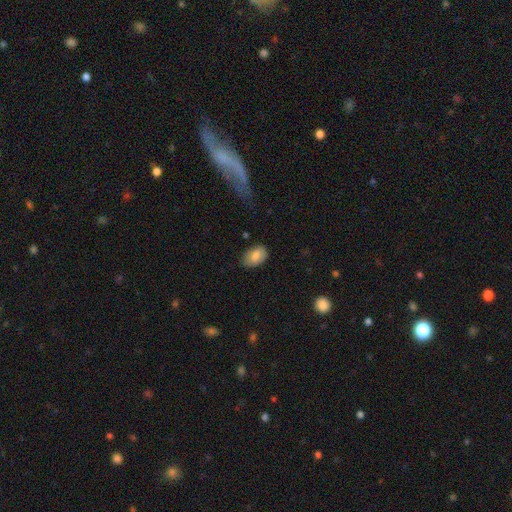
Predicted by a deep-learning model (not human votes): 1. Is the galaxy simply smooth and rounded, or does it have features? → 81% smooth, 12% featured or disk, 7% star or artifact.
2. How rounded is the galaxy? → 90% in between, 9% round, 1% cigar-shaped.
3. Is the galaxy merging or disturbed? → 75% none, 20% minor disturbance, 4% major disturbance, 2% merger.